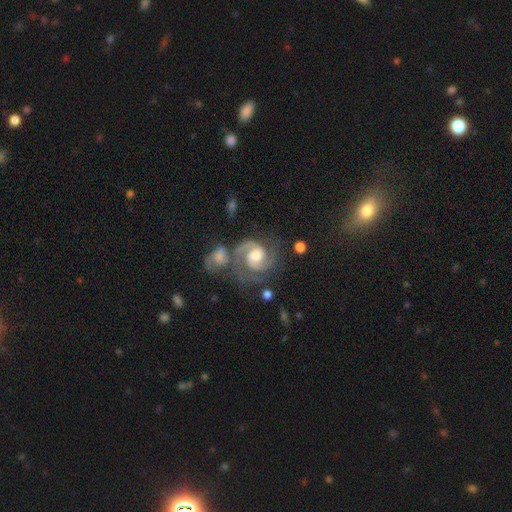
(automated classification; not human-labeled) The model was most divided on "bar": no: 52%, weak: 38%, strong: 10%. Remaining: edge-on disk — no (98%); spiral arms — yes (97%); spiral arm count — 2 (90%); smooth or featured — featured or disk (89%); bulge size — moderate (68%); spiral winding — medium (55%); merging — none (46%).